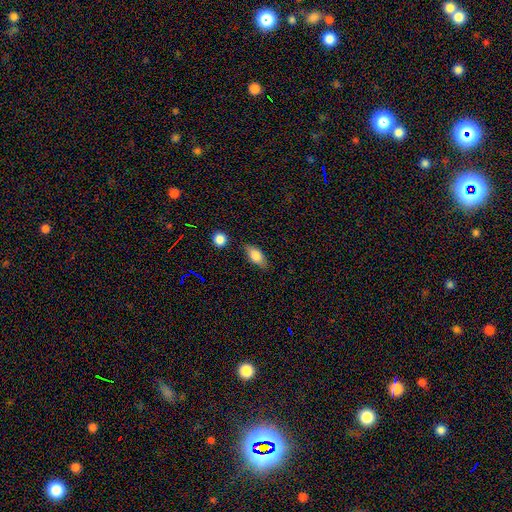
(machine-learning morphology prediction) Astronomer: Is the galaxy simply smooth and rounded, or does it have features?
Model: smooth — 79%.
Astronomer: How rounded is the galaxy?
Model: in between — 86%.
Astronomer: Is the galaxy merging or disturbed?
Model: none — 75%.